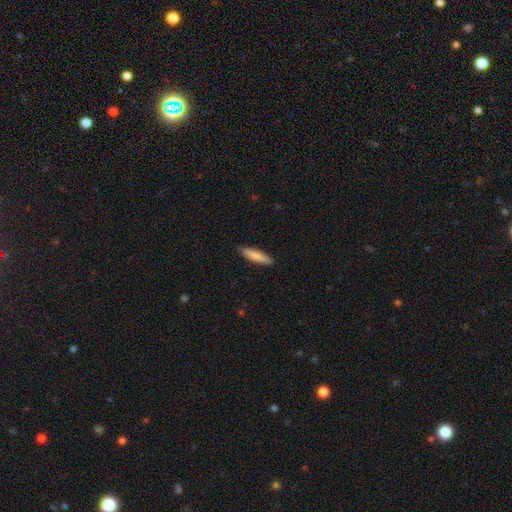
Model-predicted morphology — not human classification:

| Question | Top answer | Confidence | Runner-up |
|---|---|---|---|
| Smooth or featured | smooth | 83% | featured or disk (12%) |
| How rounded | cigar-shaped | 80% | in between (19%) |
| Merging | none | 89% | minor disturbance (8%) |